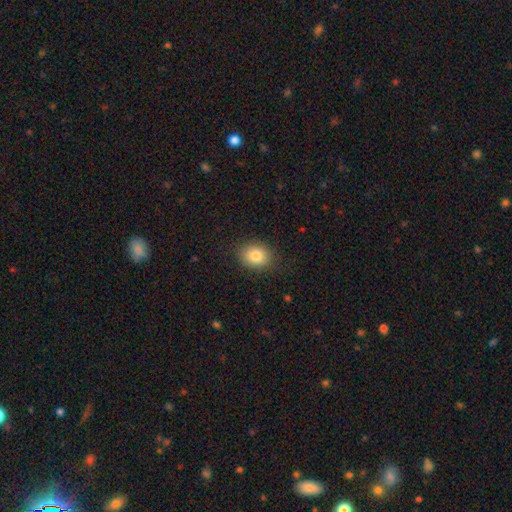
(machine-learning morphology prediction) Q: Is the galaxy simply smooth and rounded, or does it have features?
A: smooth — 83%.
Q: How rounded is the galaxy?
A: in between — 54%.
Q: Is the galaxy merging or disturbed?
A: none — 86%.